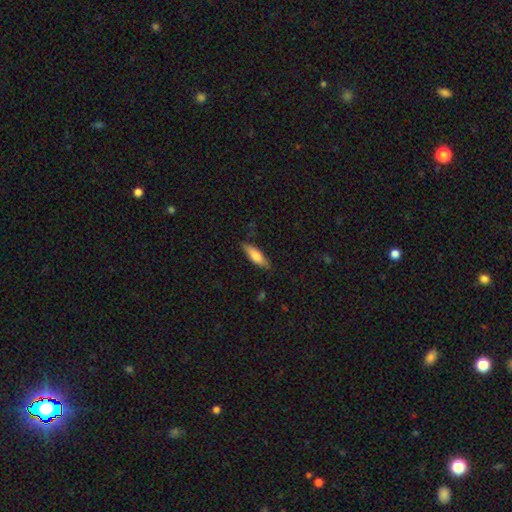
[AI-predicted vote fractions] smooth-or-featured: smooth: 73% | featured or disk: 21% | star or artifact: 6%
  how-rounded: cigar-shaped: 54% | in between: 44% | round: 2%
  merging: none: 85% | minor disturbance: 12% | major disturbance: 2% | merger: 1%